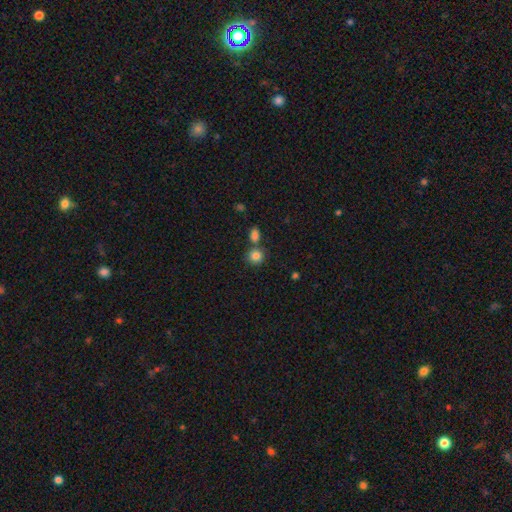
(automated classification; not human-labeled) smooth_or_featured: smooth (p=0.84) [alt: star or artifact p=0.10]
how_rounded: round (p=0.83) [alt: in between p=0.16]
merging: none (p=0.65) [alt: merger p=0.22]